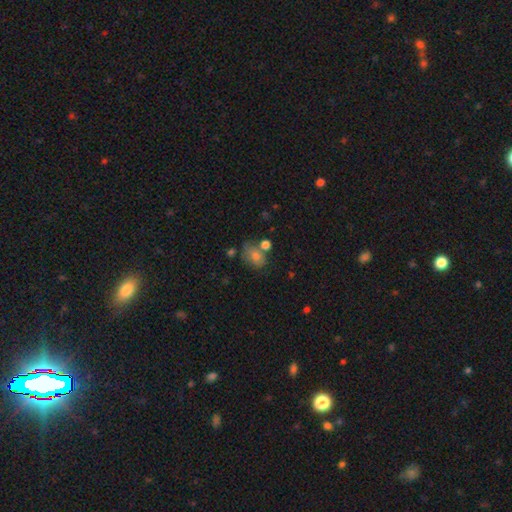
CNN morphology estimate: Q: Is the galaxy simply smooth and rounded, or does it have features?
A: smooth — 68%.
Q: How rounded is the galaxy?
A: in between — 64%.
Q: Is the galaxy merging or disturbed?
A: none — 50%.